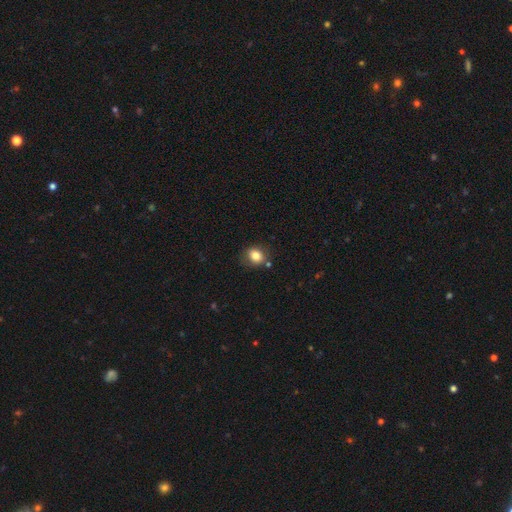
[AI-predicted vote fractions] Smooth or featured? smooth (81%)
How rounded? round (57%)
Merging? none (75%)